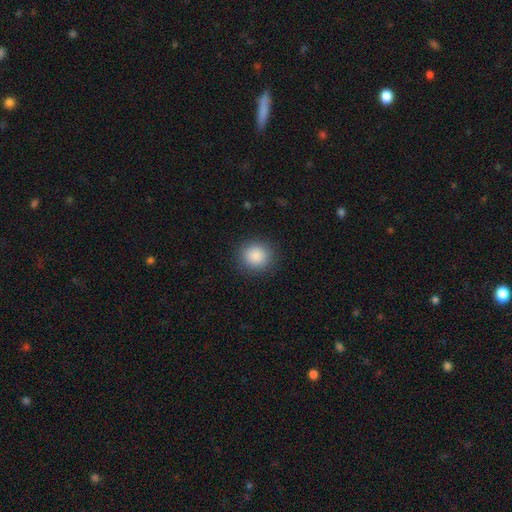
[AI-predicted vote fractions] Overall: smooth (88%). How rounded: round (89%). Merging: none (90%).